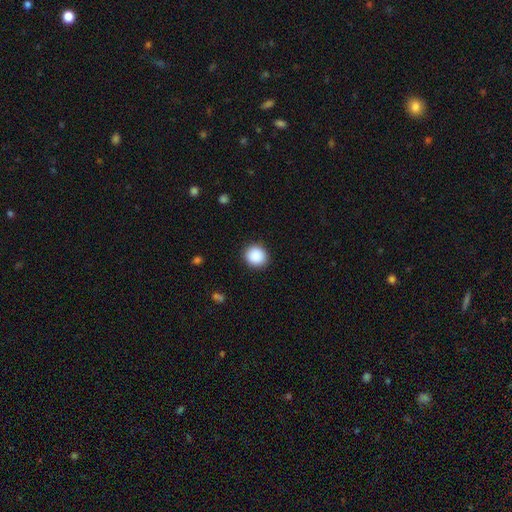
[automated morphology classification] This appears to be a smooth galaxy with no disk features (89%) that is round (85%). Merging: none (91%).